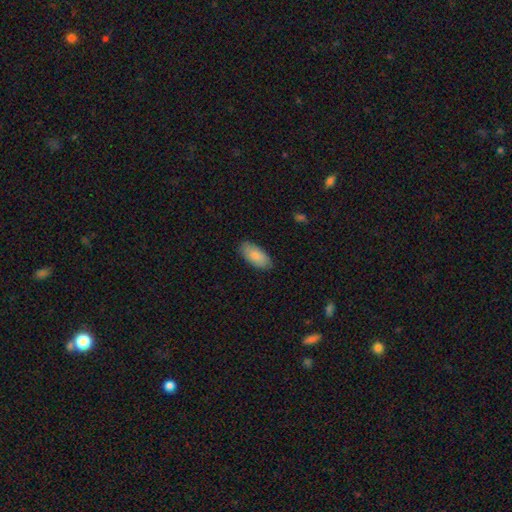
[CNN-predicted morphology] The model was most divided on "merging": none: 86%, minor disturbance: 11%, major disturbance: 2%, merger: 1%. More confident: how rounded — in between (92%); smooth or featured — smooth (85%).